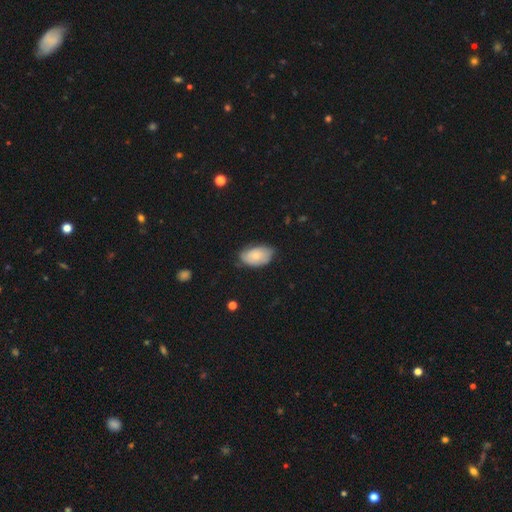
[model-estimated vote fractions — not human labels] smooth 68%, featured or disk 25%, star or artifact 7%. Down the decision tree: how rounded — in between (93%); merging — none (65%).